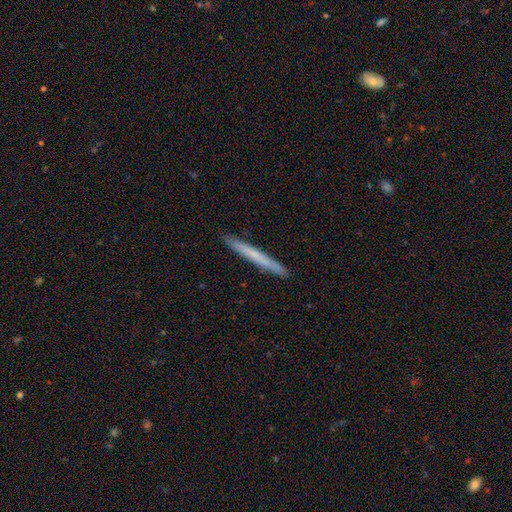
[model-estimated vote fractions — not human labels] smooth_or_featured: smooth (p=0.59) [alt: featured or disk p=0.35]
how_rounded: cigar-shaped (p=0.97) [alt: in between p=0.02]
merging: none (p=0.91) [alt: minor disturbance p=0.07]